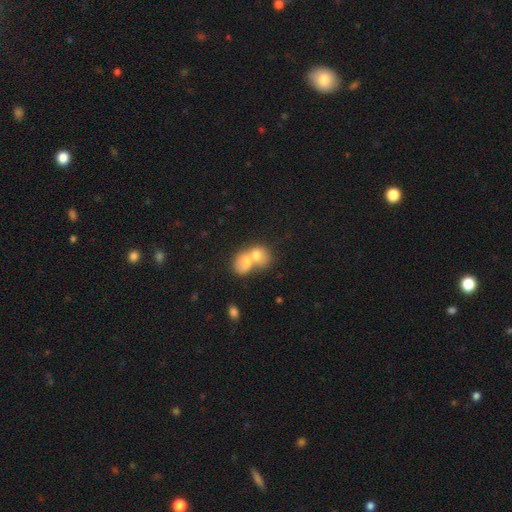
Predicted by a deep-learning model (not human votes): smooth-or-featured: smooth: 60% | featured or disk: 29% | star or artifact: 11%
  how-rounded: round: 52% | in between: 46% | cigar-shaped: 1%
  merging: merger: 77% | none: 15% | minor disturbance: 5% | major disturbance: 3%